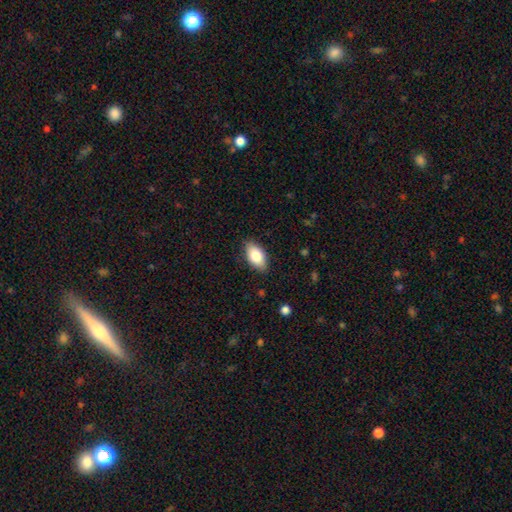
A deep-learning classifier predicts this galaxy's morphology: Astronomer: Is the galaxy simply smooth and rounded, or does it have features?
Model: smooth — 81%.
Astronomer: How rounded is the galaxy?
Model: in between — 93%.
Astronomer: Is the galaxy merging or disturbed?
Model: none — 86%.